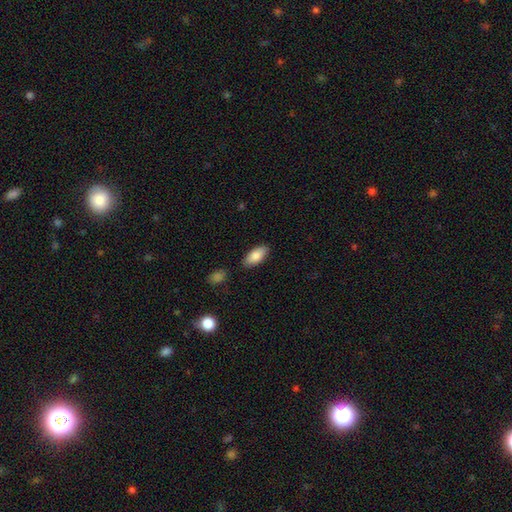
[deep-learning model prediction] This is clearly a smooth galaxy (85%). How rounded: clearly in between (89%). Merging: clearly none (86%).